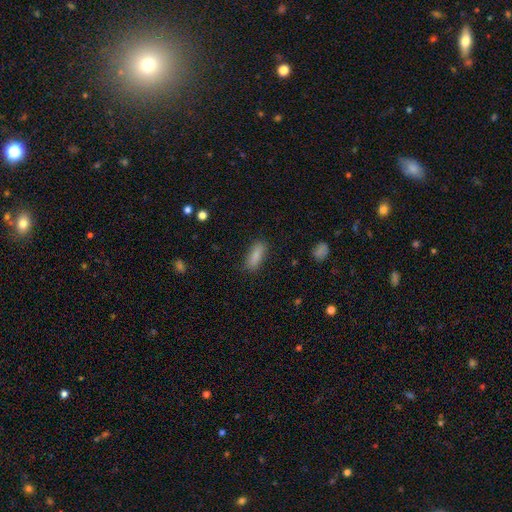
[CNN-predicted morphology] type=smooth (84%); roundness=in between (65%); merging=none (83%).